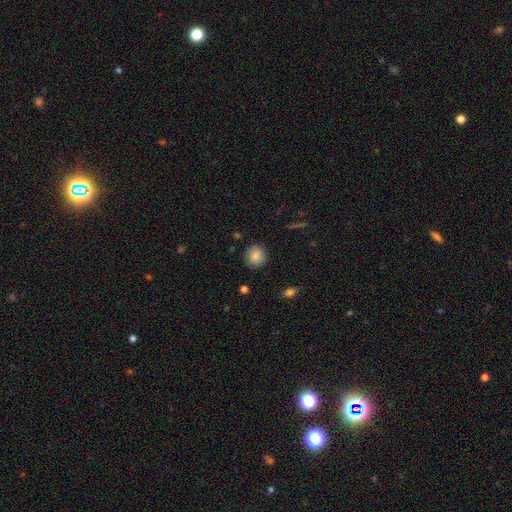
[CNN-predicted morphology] type=smooth (86%); roundness=round (88%); merging=none (88%).